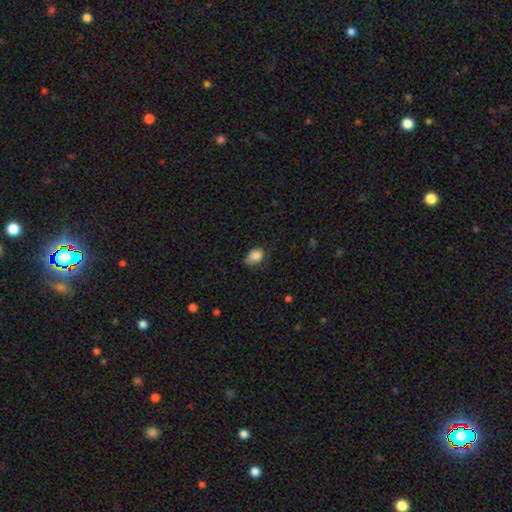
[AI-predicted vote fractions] Smooth or featured?
  - smooth: 86% *
  - star or artifact: 8%
  - featured or disk: 6%
How rounded?
  - in between: 75% *
  - round: 24%
  - cigar-shaped: 1%
Merging?
  - none: 54% *
  - minor disturbance: 35%
  - major disturbance: 9%
  - merger: 2%